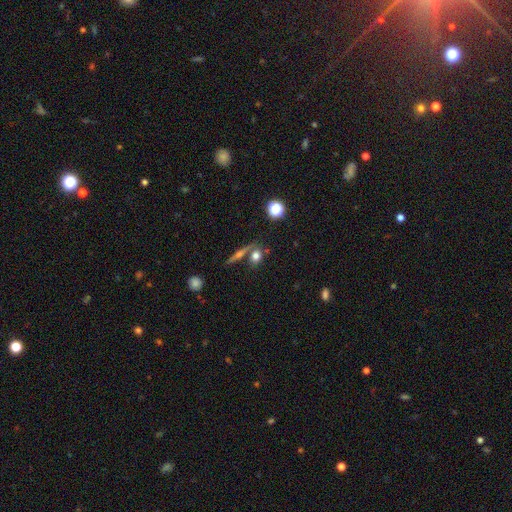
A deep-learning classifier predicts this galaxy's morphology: This appears to be a smooth galaxy with no disk features (69%) that is round (55%). Merging: none (64%).